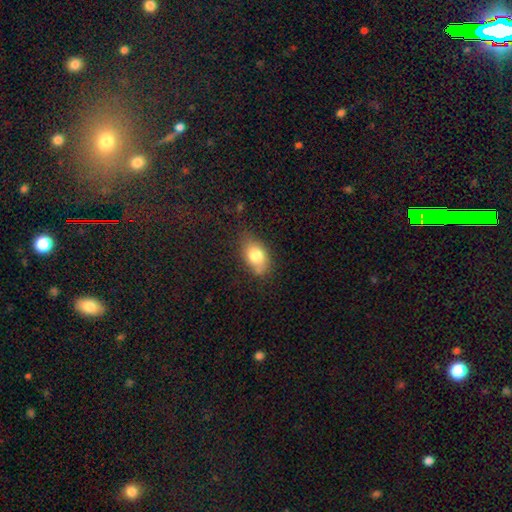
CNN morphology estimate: Q: Smooth or featured?
A: smooth (79%); runner-up: featured or disk (13%)
Q: How rounded?
A: in between (82%); runner-up: round (16%)
Q: Merging?
A: none (62%); runner-up: minor disturbance (27%)